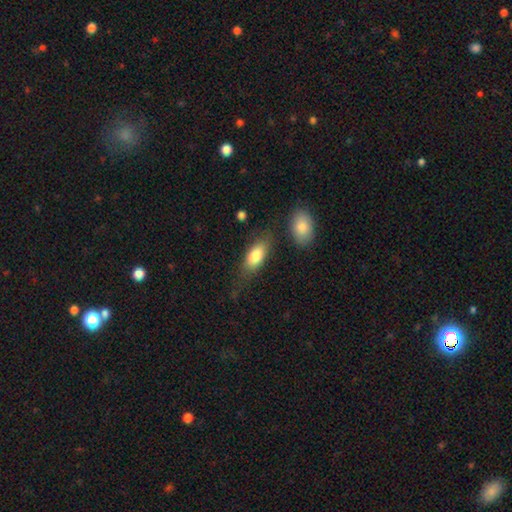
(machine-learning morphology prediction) Smooth or featured: smooth — 82% (featured or disk — 12%)
How rounded: in between — 85% (cigar-shaped — 11%)
Merging: none — 68% (minor disturbance — 19%)